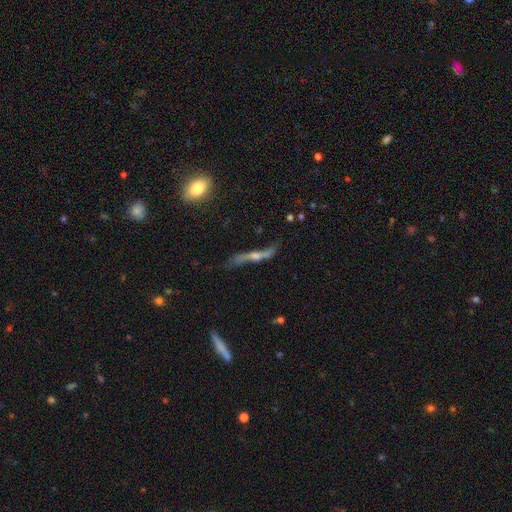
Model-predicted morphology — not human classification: smooth-or-featured: featured or disk: 73% | smooth: 16% | star or artifact: 11%
  disk-edge-on: yes: 64% | no: 36%
  merging: none: 57% | minor disturbance: 22% | major disturbance: 16% | merger: 5%